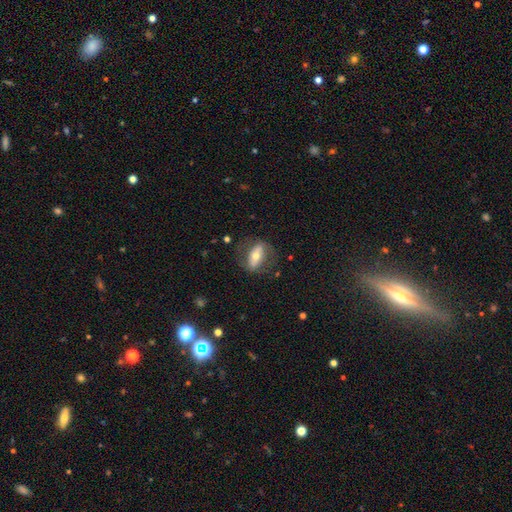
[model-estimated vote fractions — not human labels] This appears to be a featured or disk galaxy (49%). Merging: none (69%).